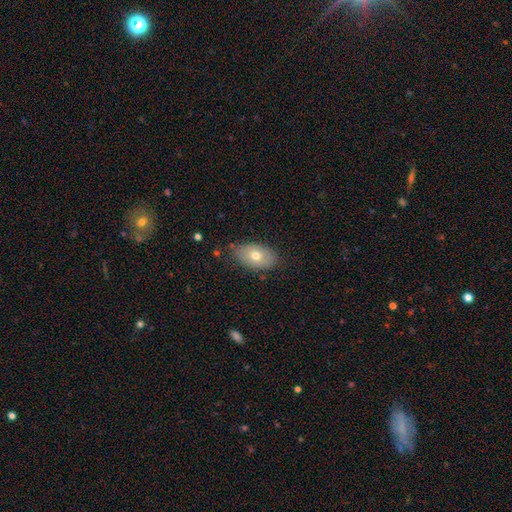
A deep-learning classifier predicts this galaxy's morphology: Smooth or featured?
  - smooth: 67% *
  - featured or disk: 25%
  - star or artifact: 8%
How rounded?
  - in between: 90% *
  - round: 9%
  - cigar-shaped: 1%
Merging?
  - none: 80% *
  - minor disturbance: 15%
  - major disturbance: 3%
  - merger: 2%